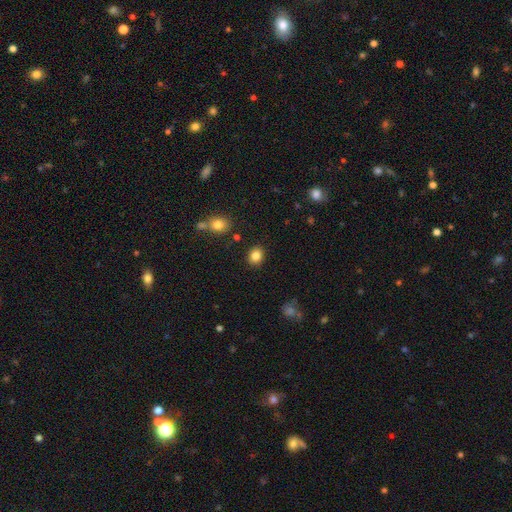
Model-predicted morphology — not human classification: Smooth or featured? smooth (85%)
How rounded? round (58%)
Merging? none (87%)